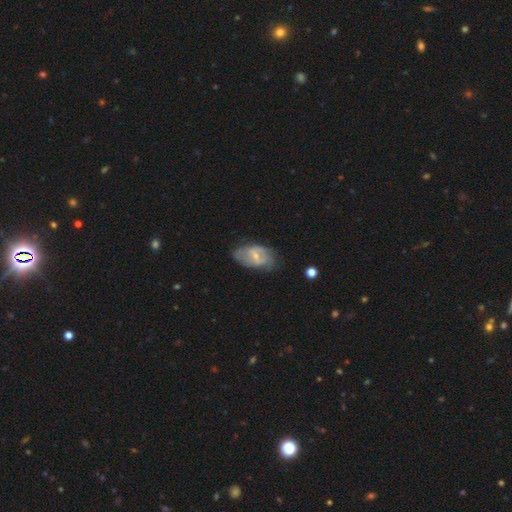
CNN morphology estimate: The model was most divided on "bar": weak: 50%, no: 31%, strong: 18%. More confident: edge-on disk — no (95%); spiral arms — yes (65%); smooth or featured — featured or disk (63%); bulge size — small (62%); merging — none (57%).